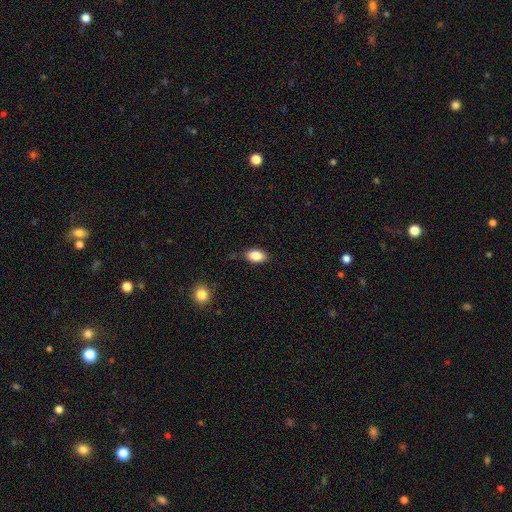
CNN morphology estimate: The model was most divided on "merging": none: 82%, minor disturbance: 14%, major disturbance: 3%, merger: 2%. More confident: how rounded — in between (89%); smooth or featured — smooth (85%).